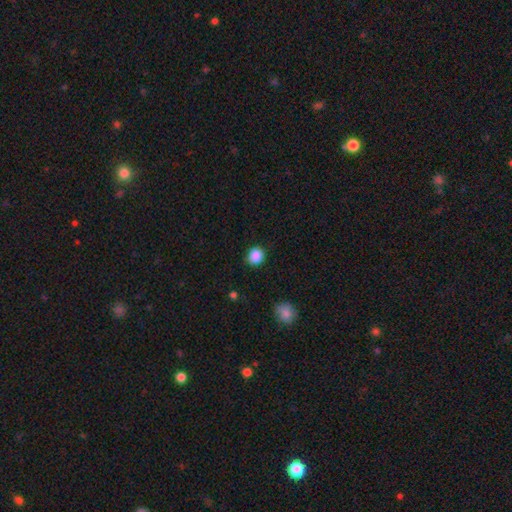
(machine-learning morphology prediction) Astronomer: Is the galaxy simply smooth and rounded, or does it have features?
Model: smooth — 87%.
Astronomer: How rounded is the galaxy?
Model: round — 81%.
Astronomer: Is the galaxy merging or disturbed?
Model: none — 86%.